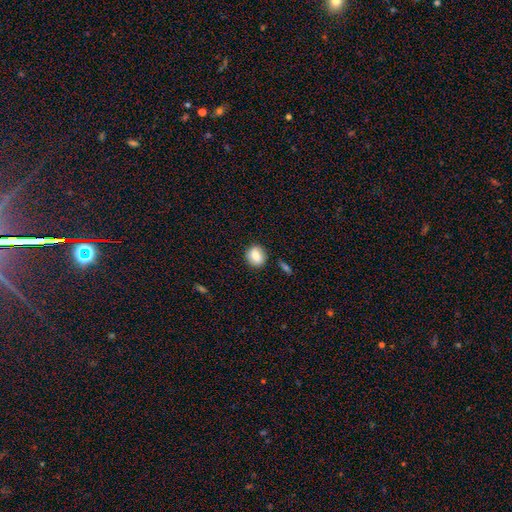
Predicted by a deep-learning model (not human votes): Q: Smooth or featured?
A: smooth (77%); runner-up: featured or disk (14%)
Q: How rounded?
A: round (75%); runner-up: in between (24%)
Q: Merging?
A: none (85%); runner-up: minor disturbance (10%)